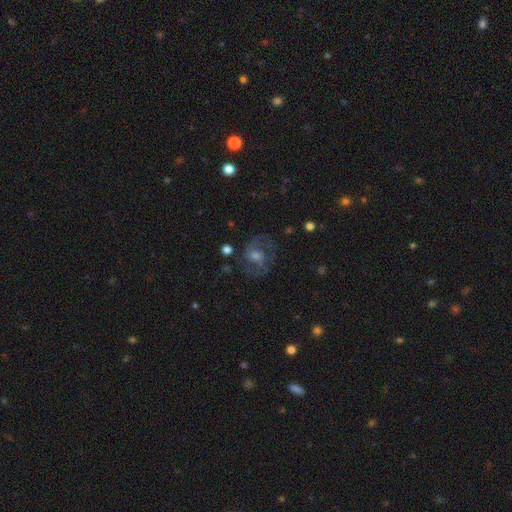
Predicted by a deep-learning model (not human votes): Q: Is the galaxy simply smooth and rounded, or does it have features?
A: featured or disk — 67%.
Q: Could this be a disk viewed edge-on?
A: no — 97%.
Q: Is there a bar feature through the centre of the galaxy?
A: no — 46%.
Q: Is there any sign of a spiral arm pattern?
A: yes — 87%.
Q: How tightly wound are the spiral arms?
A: medium — 54%.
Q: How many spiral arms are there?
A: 2 — 71%.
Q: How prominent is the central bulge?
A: moderate — 49%.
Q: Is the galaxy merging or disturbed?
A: none — 71%.